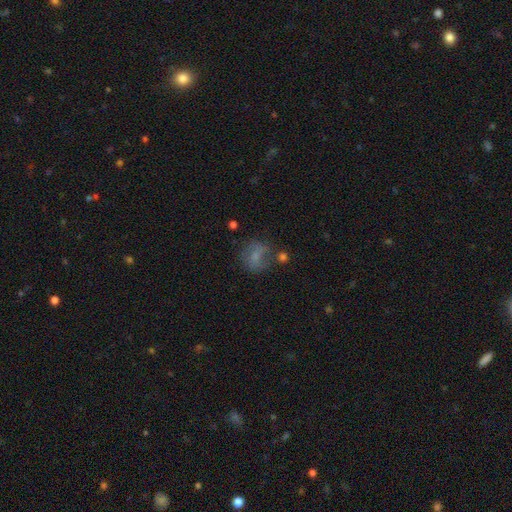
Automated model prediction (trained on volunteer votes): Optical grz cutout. It shows a smooth galaxy with no disk features (60%) that is round (65%). Merging: none (50%).